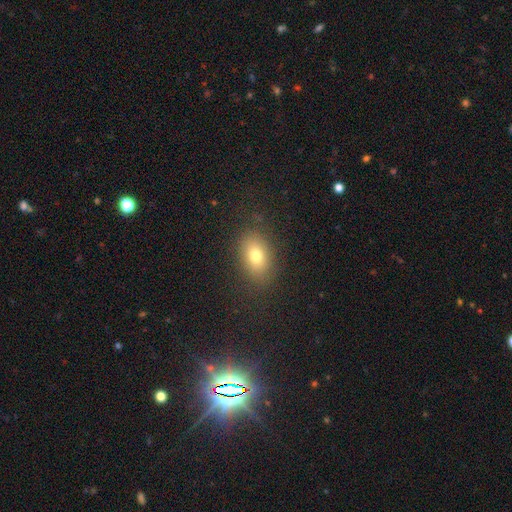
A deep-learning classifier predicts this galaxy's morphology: This appears to be a smooth galaxy with no disk features (75%) that is in between round and cigar-shaped (77%). Merging: none (84%).